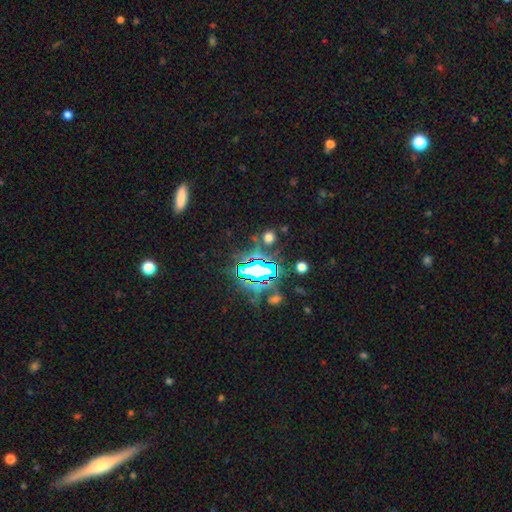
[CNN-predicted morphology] This appears to be a star or artifact, not a galaxy (74%).